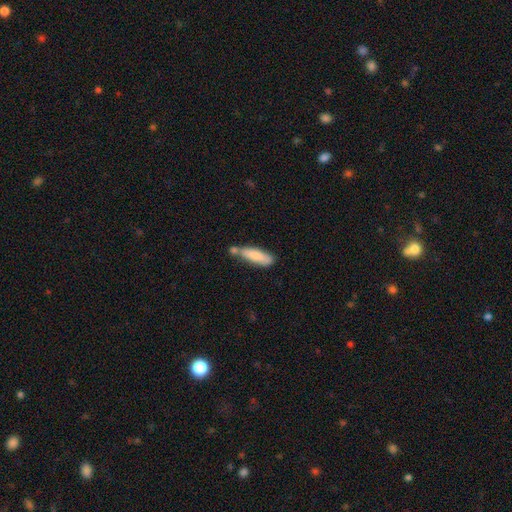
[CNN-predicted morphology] Smooth or featured? Predicted: smooth (p=0.81). How rounded? Predicted: cigar-shaped (p=0.62). Merging? Predicted: none (p=0.48).